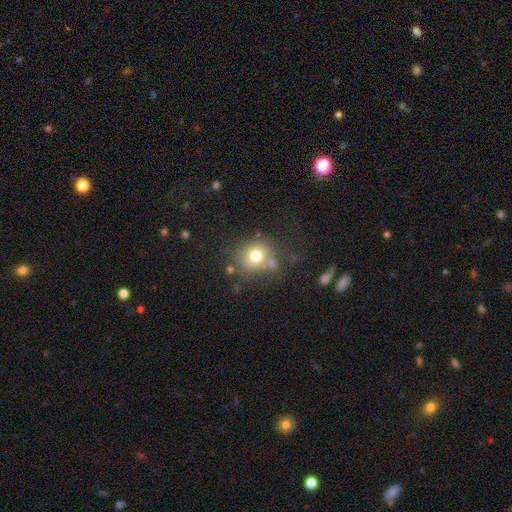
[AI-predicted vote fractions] smooth-or-featured: smooth: 73% | featured or disk: 14% | star or artifact: 13%
  how-rounded: round: 75% | in between: 24% | cigar-shaped: 1%
  merging: none: 64% | minor disturbance: 16% | merger: 12% | major disturbance: 8%